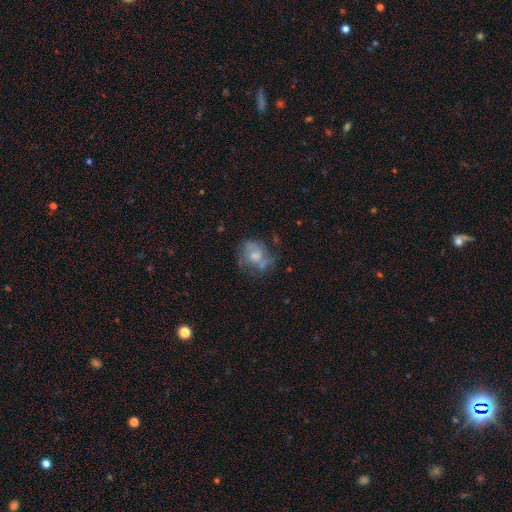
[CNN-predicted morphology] Q: Smooth or featured?
A: featured or disk (52%); runner-up: smooth (38%)
Q: Edge-on disk?
A: no (97%); runner-up: yes (3%)
Q: Bar?
A: no (74%); runner-up: weak (22%)
Q: Spiral arms?
A: yes (54%); runner-up: no (46%)
Q: Bulge size?
A: moderate (46%); runner-up: small (27%)
Q: Merging?
A: none (47%); runner-up: minor disturbance (25%)